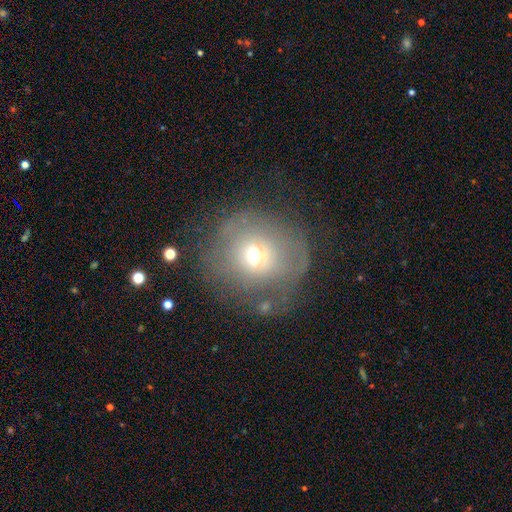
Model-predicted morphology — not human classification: This appears to be a smooth galaxy with no disk features (54%) that is round (87%). Merging: none (49%).